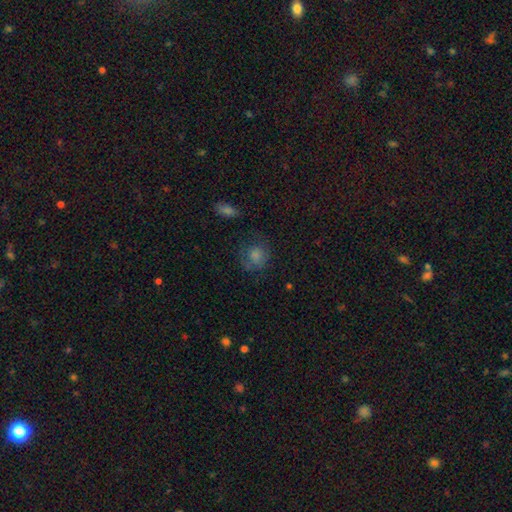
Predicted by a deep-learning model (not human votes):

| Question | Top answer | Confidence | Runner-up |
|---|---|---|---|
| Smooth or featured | smooth | 76% | star or artifact (12%) |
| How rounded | round | 82% | in between (17%) |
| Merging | none | 60% | minor disturbance (22%) |